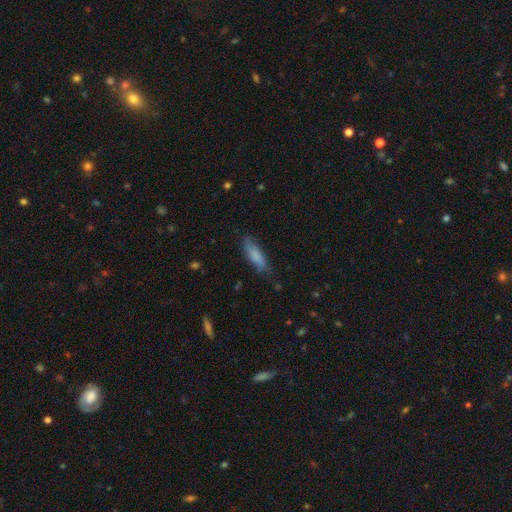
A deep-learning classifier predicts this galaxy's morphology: The model was most divided on "how rounded": cigar-shaped: 51%, in between: 48%, round: 2%. More confident: smooth or featured — smooth (78%); merging — none (69%).